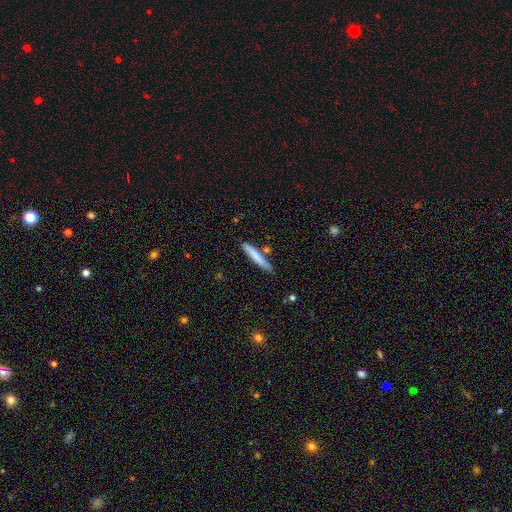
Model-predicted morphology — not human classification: This is likely a smooth galaxy (75%). How rounded: clearly cigar-shaped (92%). Merging: likely none (80%).